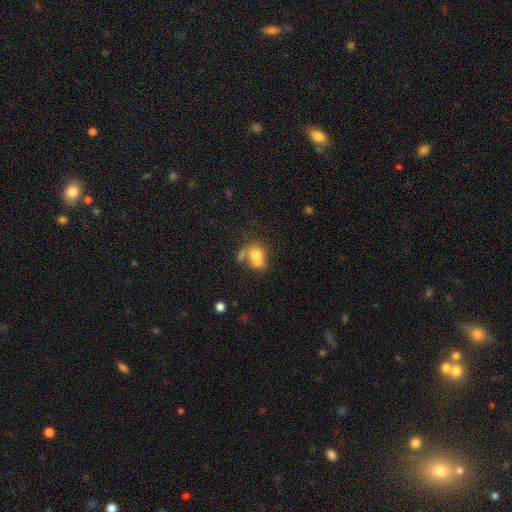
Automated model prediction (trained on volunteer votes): This is likely a smooth galaxy (68%). How rounded: possibly round (57%). Merging: possibly merger (55%).